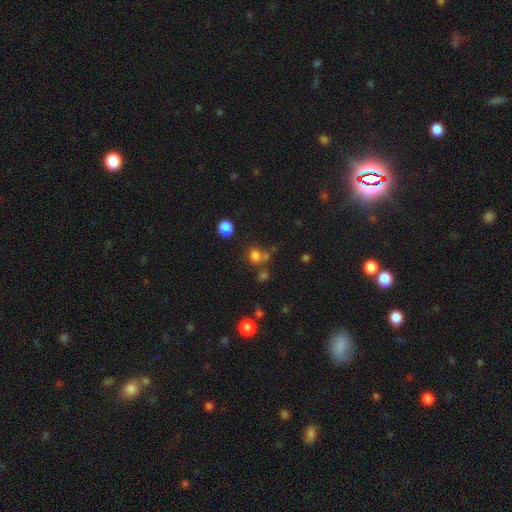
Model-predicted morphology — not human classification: The model was most divided on "merging": none: 60%, merger: 23%, minor disturbance: 11%, major disturbance: 6%. More confident: how rounded — round (80%); smooth or featured — smooth (74%).